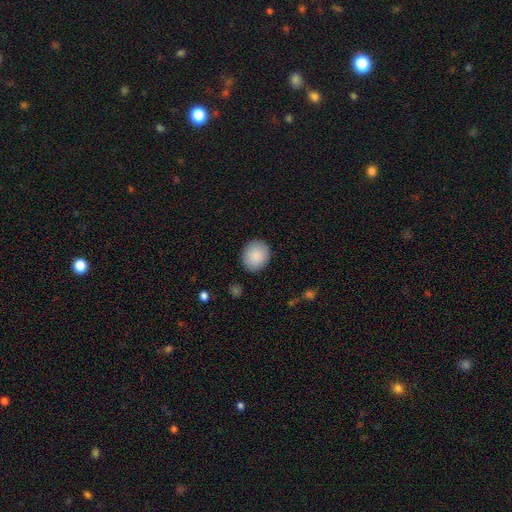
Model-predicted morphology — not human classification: Q: Smooth or featured?
A: smooth (90%); runner-up: star or artifact (6%)
Q: How rounded?
A: round (71%); runner-up: in between (28%)
Q: Merging?
A: none (89%); runner-up: minor disturbance (7%)